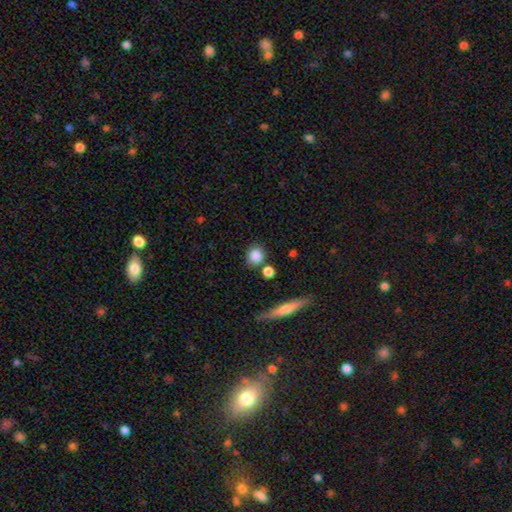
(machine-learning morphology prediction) smooth_or_featured: smooth (p=0.84) [alt: star or artifact p=0.09]
how_rounded: round (p=0.81) [alt: in between p=0.16]
merging: none (p=0.73) [alt: minor disturbance p=0.12]